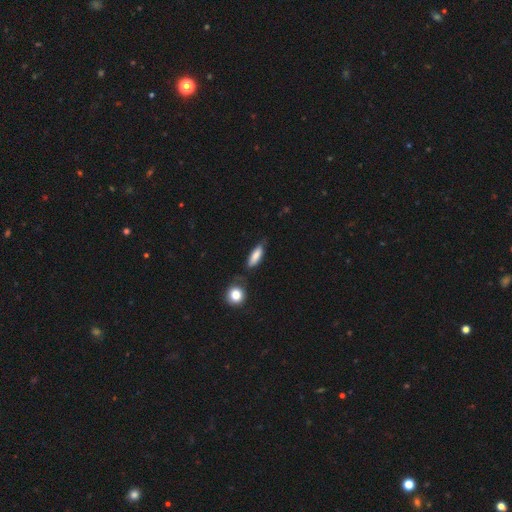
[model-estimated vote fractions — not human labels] smooth_or_featured: smooth (p=0.78) [alt: featured or disk p=0.14]
how_rounded: in between (p=0.57) [alt: cigar-shaped p=0.40]
merging: none (p=0.66) [alt: minor disturbance p=0.22]